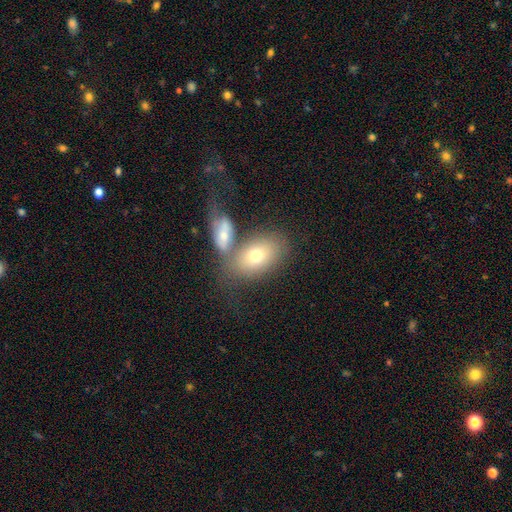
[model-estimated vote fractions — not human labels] Smooth or featured?
  - smooth: 66% *
  - featured or disk: 25%
  - star or artifact: 8%
How rounded?
  - in between: 87% *
  - round: 11%
  - cigar-shaped: 2%
Merging?
  - merger: 44% *
  - none: 36%
  - minor disturbance: 12%
  - major disturbance: 8%